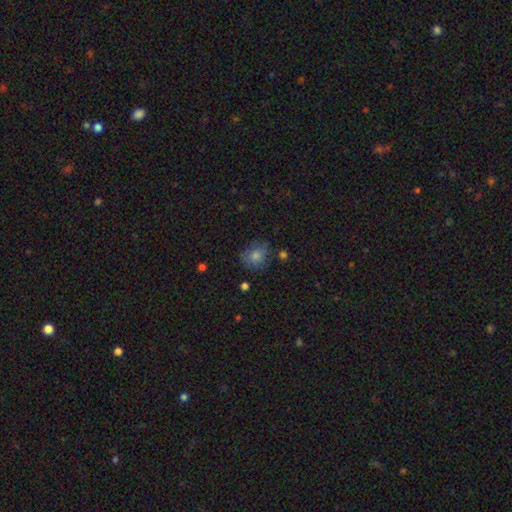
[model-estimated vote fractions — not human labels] The model was most divided on "how rounded": round: 68%, in between: 31%, cigar-shaped: 1%. More confident: smooth or featured — smooth (74%); merging — none (72%).